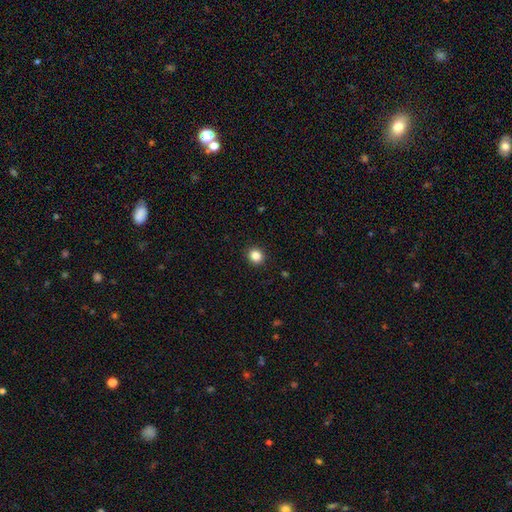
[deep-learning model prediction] Morphology: type=smooth (85%); roundness=round (86%); merging=none (92%).